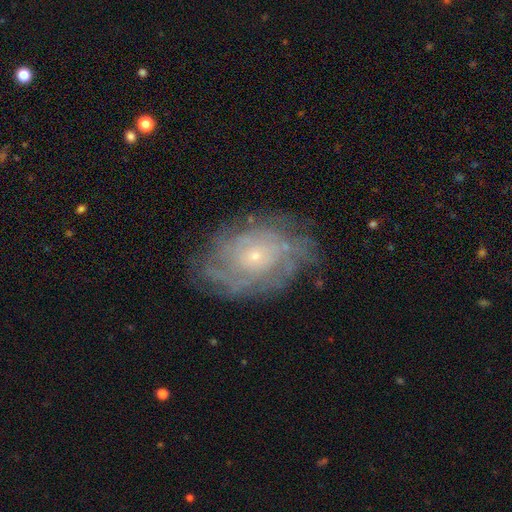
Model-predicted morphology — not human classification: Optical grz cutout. It shows a featured or disk galaxy (77%) with no bar (82%), tight (68%) spiral arms (88%) and a small central bulge (79%). Merging: none (75%).